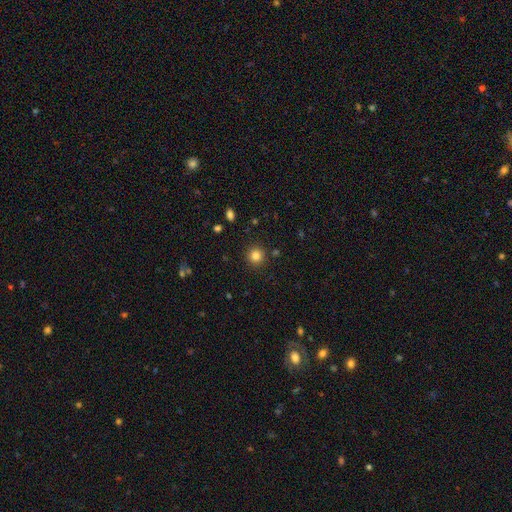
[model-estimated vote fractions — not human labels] smooth-or-featured: smooth: 82% | star or artifact: 13% | featured or disk: 5%
  how-rounded: round: 94% | in between: 5% | cigar-shaped: 1%
  merging: none: 90% | minor disturbance: 6% | major disturbance: 2% | merger: 2%